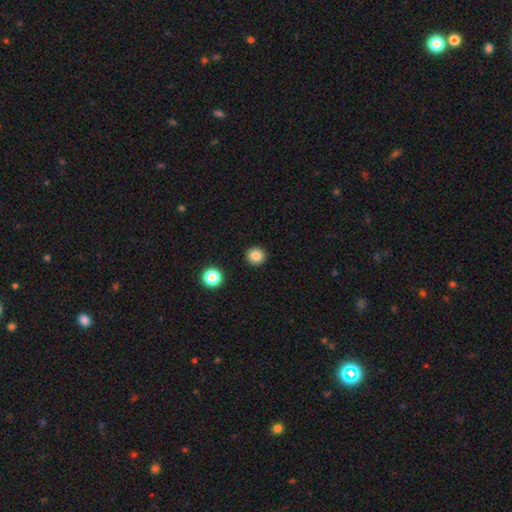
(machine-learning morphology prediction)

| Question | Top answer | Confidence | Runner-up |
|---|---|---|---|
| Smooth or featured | smooth | 83% | star or artifact (11%) |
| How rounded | round | 95% | in between (4%) |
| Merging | none | 93% | minor disturbance (4%) |